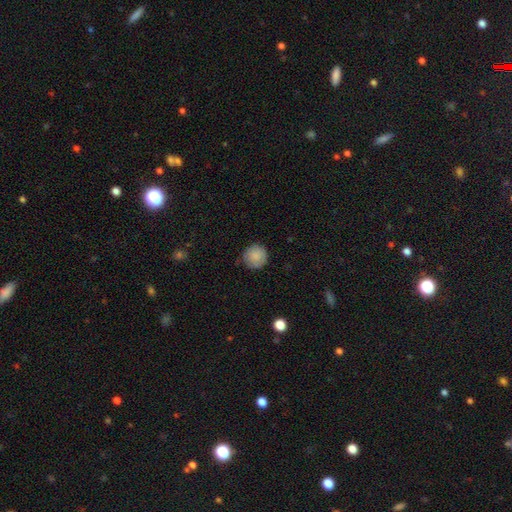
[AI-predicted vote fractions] Overall: smooth (84%). How rounded: round (93%). Merging: none (79%).